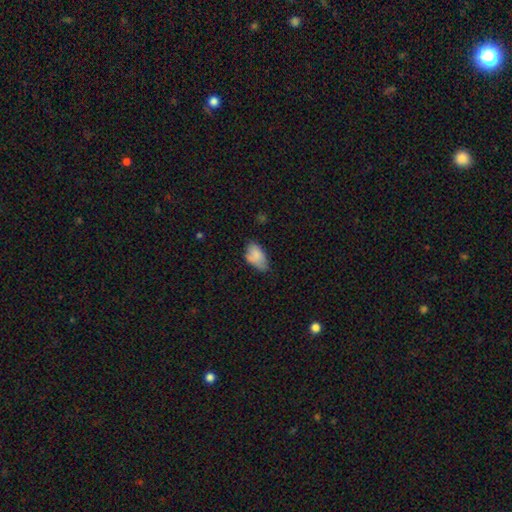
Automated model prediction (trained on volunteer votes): Q: Smooth or featured?
A: smooth (79%); runner-up: featured or disk (12%)
Q: How rounded?
A: in between (93%); runner-up: round (5%)
Q: Merging?
A: none (44%); runner-up: minor disturbance (40%)